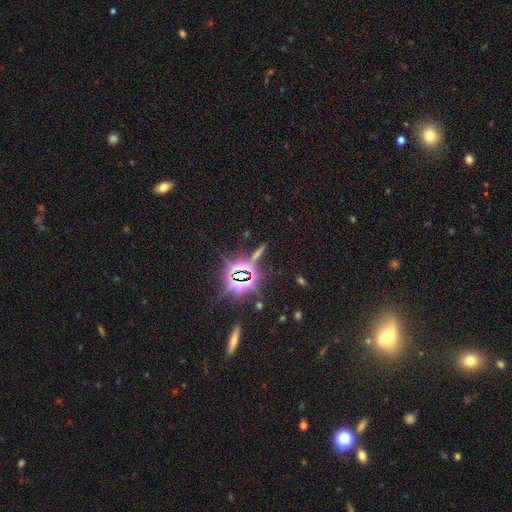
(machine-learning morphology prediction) The model was most divided on "smooth or featured": star or artifact: 78%, smooth: 11%, featured or disk: 11%.